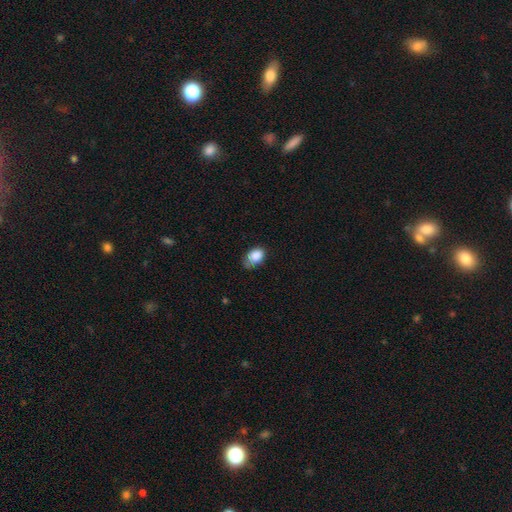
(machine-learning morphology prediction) smooth_or_featured: smooth (p=0.85) [alt: star or artifact p=0.08]
how_rounded: in between (p=0.84) [alt: round p=0.15]
merging: none (p=0.49) [alt: minor disturbance p=0.39]